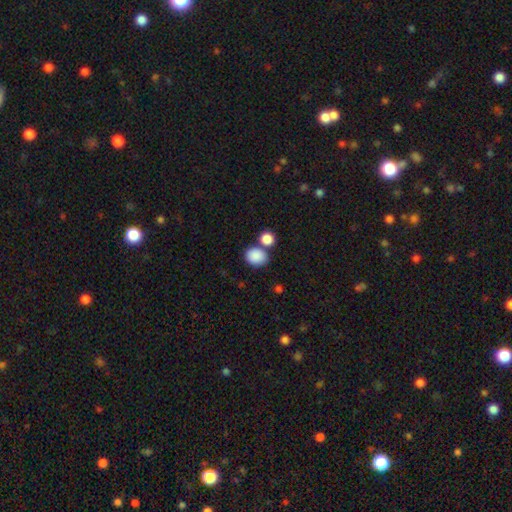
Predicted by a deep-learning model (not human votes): smooth-or-featured: smooth: 87% | star or artifact: 8% | featured or disk: 5%
  how-rounded: round: 54% | in between: 45% | cigar-shaped: 1%
  merging: none: 60% | merger: 26% | minor disturbance: 11% | major disturbance: 4%